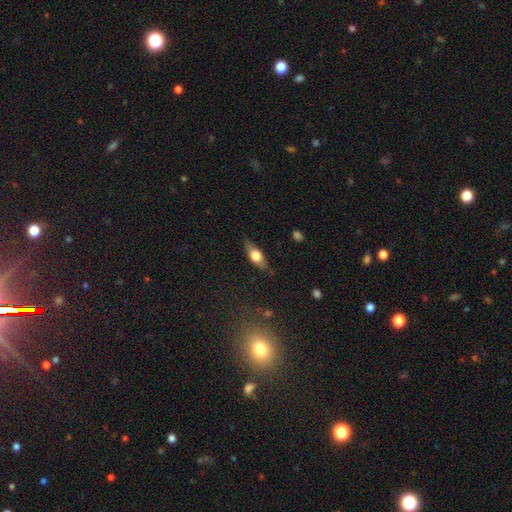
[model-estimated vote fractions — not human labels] Q: Smooth or featured?
A: smooth (56%); runner-up: featured or disk (37%)
Q: How rounded?
A: in between (67%); runner-up: cigar-shaped (29%)
Q: Merging?
A: none (81%); runner-up: minor disturbance (14%)